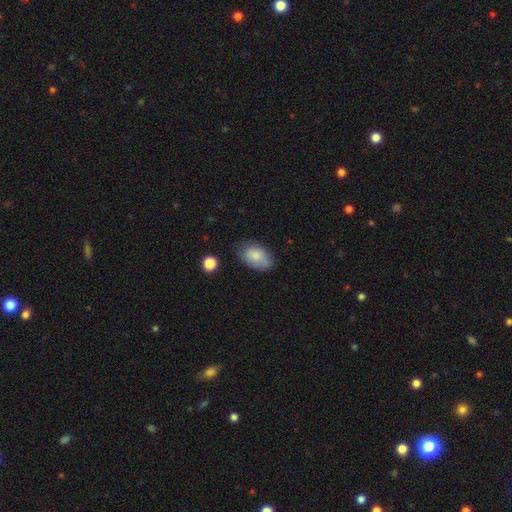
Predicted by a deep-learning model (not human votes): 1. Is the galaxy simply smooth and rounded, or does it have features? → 82% smooth, 11% featured or disk, 7% star or artifact.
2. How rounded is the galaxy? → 91% in between, 7% round, 1% cigar-shaped.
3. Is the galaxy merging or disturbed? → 70% none, 23% minor disturbance, 5% major disturbance, 2% merger.